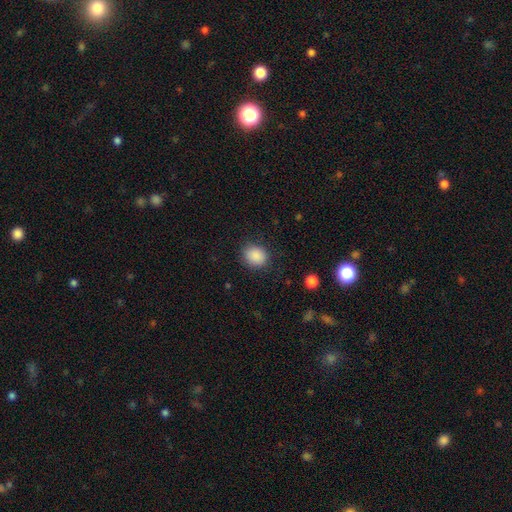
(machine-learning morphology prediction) Smooth or featured: smooth — 88% (star or artifact — 9%)
How rounded: round — 68% (in between — 31%)
Merging: none — 85% (minor disturbance — 10%)